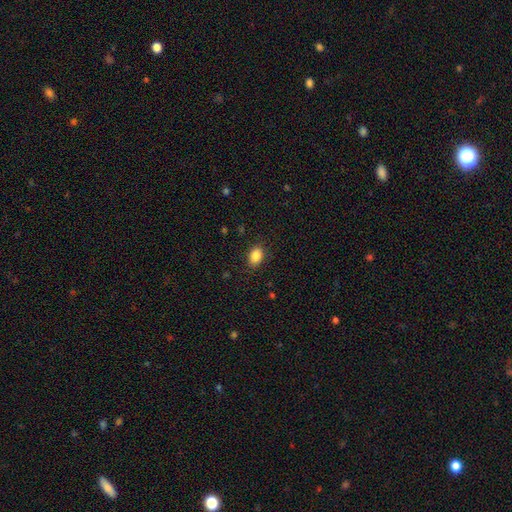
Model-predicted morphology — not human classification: This is clearly a smooth galaxy (87%). How rounded: clearly in between (85%). Merging: clearly none (86%).